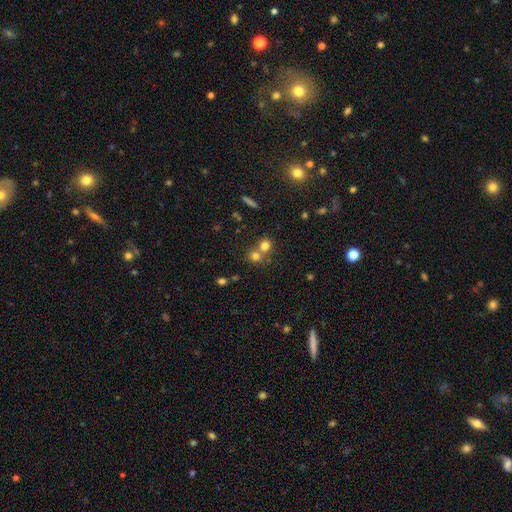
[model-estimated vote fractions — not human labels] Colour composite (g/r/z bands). It shows a smooth galaxy with no disk features (55%) that is round (82%). Merging: none (50%).